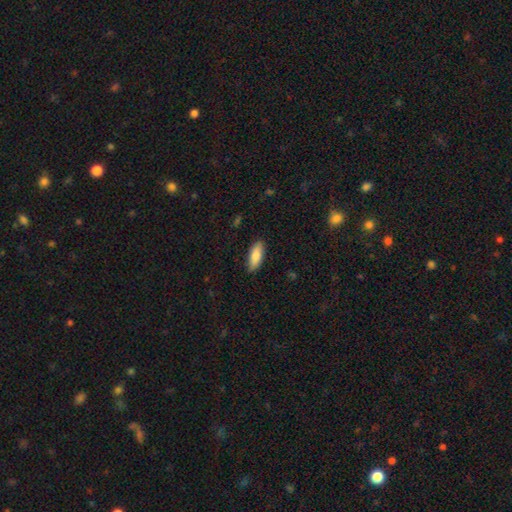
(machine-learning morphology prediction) smooth 84%, featured or disk 10%, star or artifact 6%. Down the decision tree: how rounded — in between (75%); merging — none (85%).